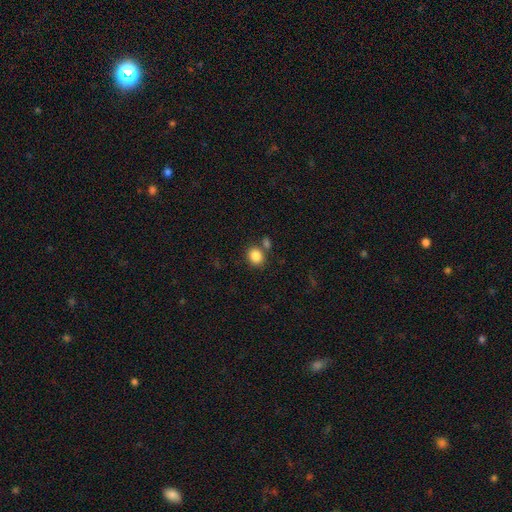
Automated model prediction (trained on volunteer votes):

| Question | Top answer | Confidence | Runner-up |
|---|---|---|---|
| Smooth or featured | smooth | 86% | star or artifact (9%) |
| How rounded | round | 61% | in between (39%) |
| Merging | none | 70% | merger (17%) |